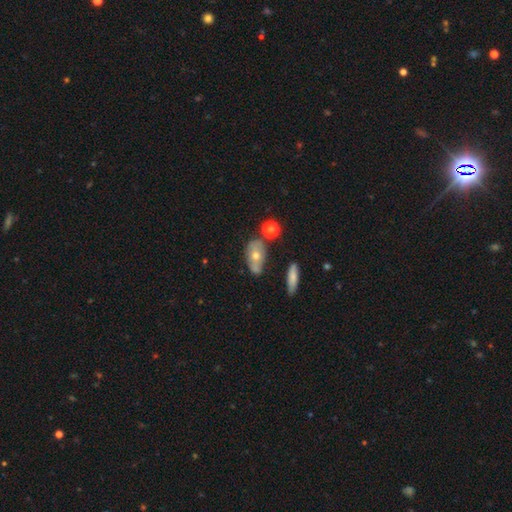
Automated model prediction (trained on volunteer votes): Smooth or featured? smooth (50%)
Merging? none (56%)